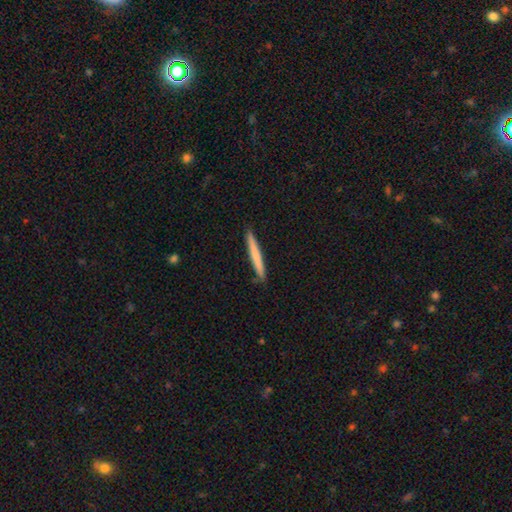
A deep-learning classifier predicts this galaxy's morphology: Smooth or featured? smooth (68%)
How rounded? cigar-shaped (97%)
Merging? none (90%)